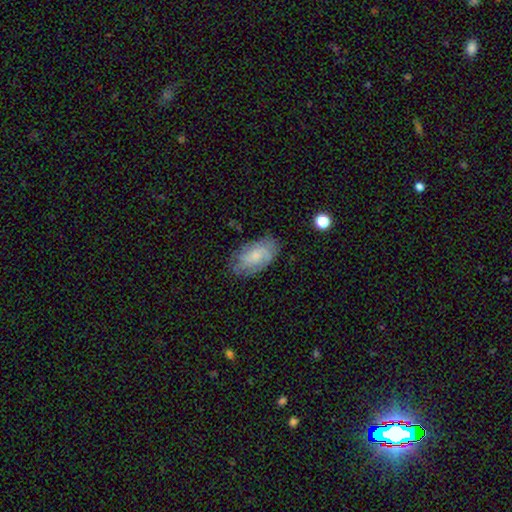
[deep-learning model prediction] Smooth or featured: featured or disk — 47% (smooth — 45%)
Merging: none — 73% (minor disturbance — 20%)